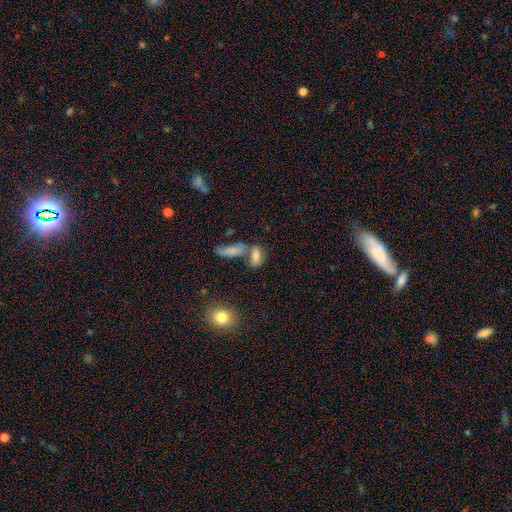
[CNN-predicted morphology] Smooth or featured?
  - smooth: 67% *
  - featured or disk: 20%
  - star or artifact: 13%
How rounded?
  - in between: 75% *
  - cigar-shaped: 19%
  - round: 6%
Merging?
  - merger: 43% *
  - none: 37%
  - minor disturbance: 13%
  - major disturbance: 7%